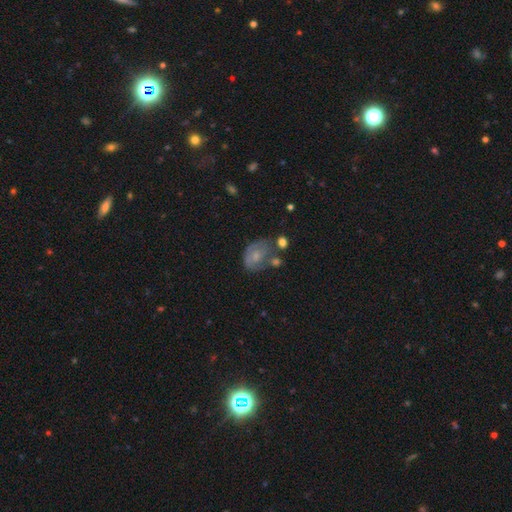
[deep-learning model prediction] Q: Smooth or featured?
A: smooth (49%); runner-up: featured or disk (42%)
Q: Merging?
A: none (40%); runner-up: minor disturbance (28%)